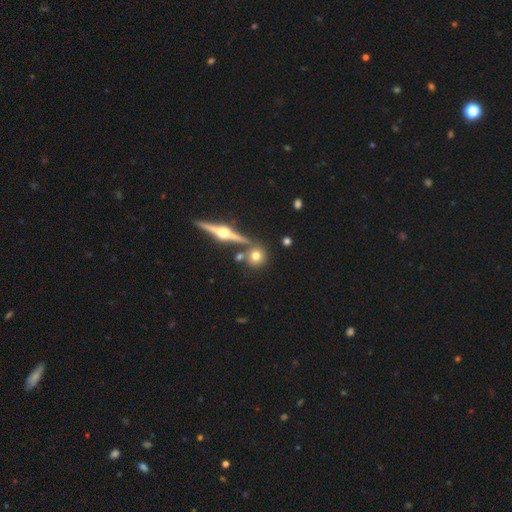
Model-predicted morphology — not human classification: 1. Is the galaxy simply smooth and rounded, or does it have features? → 60% smooth, 29% featured or disk, 11% star or artifact.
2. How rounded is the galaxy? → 91% round, 7% in between, 3% cigar-shaped.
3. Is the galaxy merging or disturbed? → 74% none, 14% merger, 9% minor disturbance, 3% major disturbance.